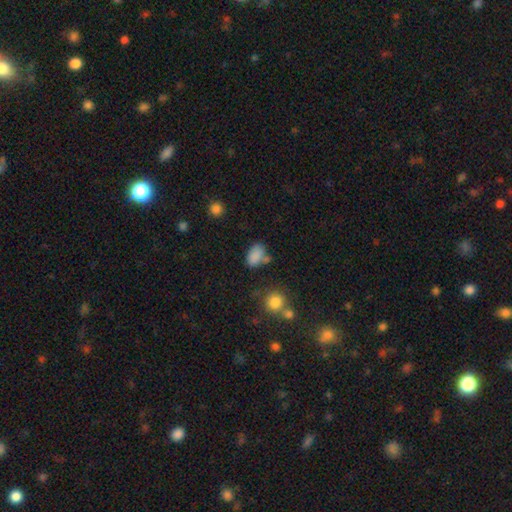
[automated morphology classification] The model was most divided on "merging": none: 60%, minor disturbance: 20%, merger: 13%, major disturbance: 7%. More confident: how rounded — in between (90%); smooth or featured — smooth (85%).